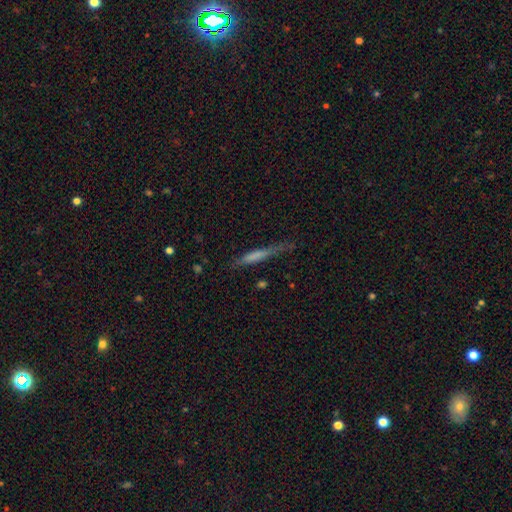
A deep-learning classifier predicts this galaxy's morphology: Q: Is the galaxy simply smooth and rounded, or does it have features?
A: smooth — 60%.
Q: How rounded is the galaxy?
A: cigar-shaped — 93%.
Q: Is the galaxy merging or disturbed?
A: none — 64%.